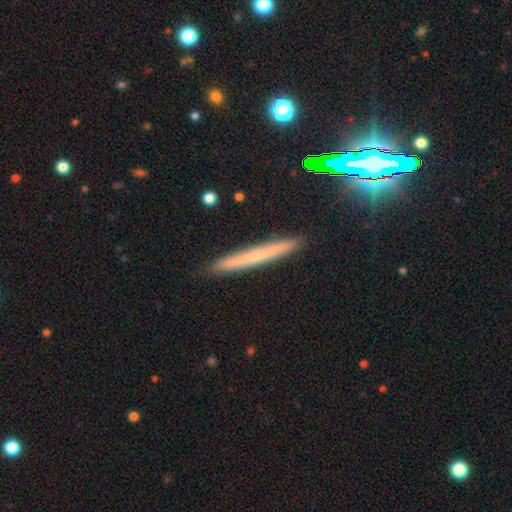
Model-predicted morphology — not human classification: Smooth or featured? smooth (48%)
Merging? none (90%)